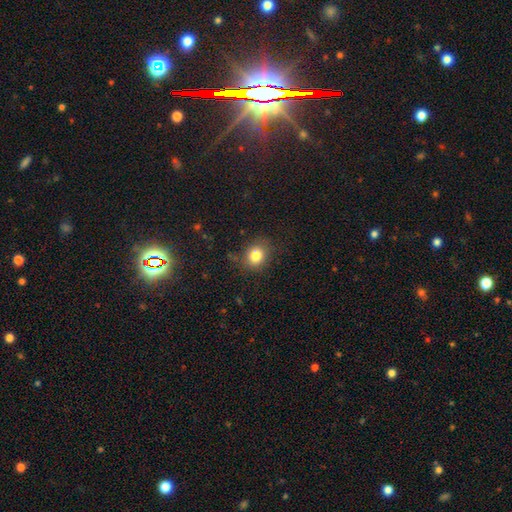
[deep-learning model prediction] smooth-or-featured: smooth: 82% | star or artifact: 11% | featured or disk: 6%
  how-rounded: round: 61% | in between: 38% | cigar-shaped: 1%
  merging: none: 79% | minor disturbance: 15% | major disturbance: 5% | merger: 2%